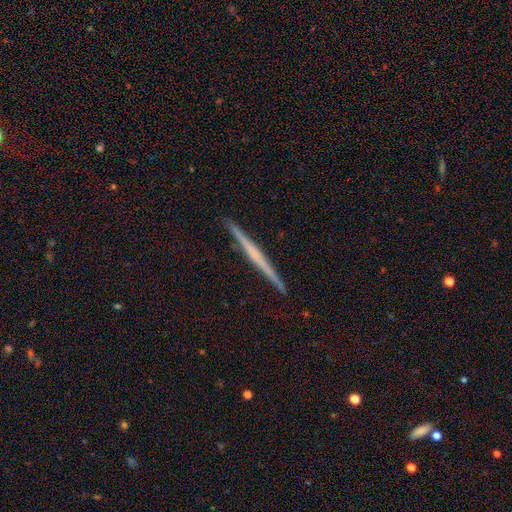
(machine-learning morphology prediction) Q: Smooth or featured?
A: featured or disk (59%); runner-up: smooth (32%)
Q: Edge-on disk?
A: yes (98%); runner-up: no (2%)
Q: Edge-on bulge?
A: none (73%); runner-up: rounded (21%)
Q: Merging?
A: none (92%); runner-up: minor disturbance (5%)